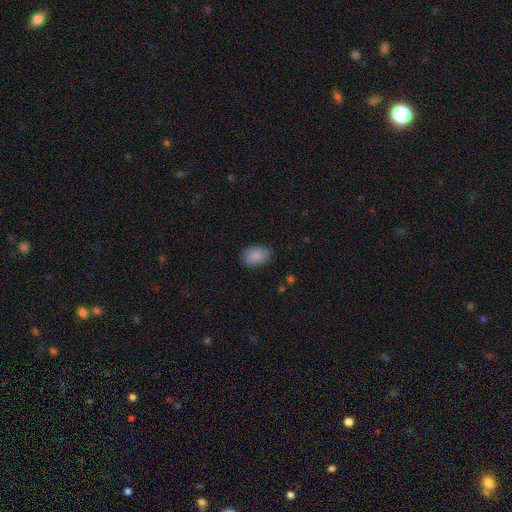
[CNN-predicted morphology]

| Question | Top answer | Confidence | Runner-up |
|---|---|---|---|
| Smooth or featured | smooth | 88% | star or artifact (8%) |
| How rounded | in between | 86% | round (13%) |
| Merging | none | 81% | minor disturbance (15%) |